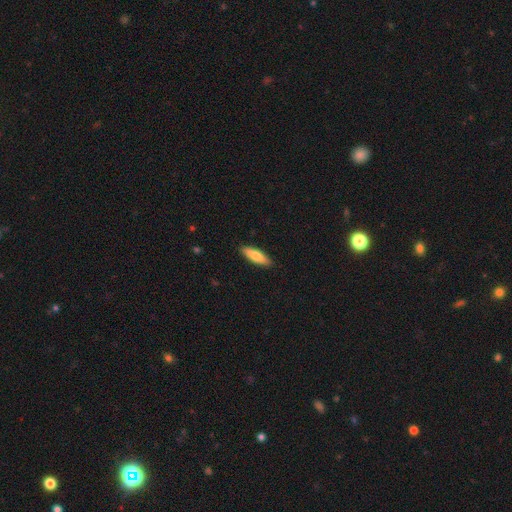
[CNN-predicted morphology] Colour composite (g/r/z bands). It shows a smooth galaxy with no disk features (78%) that is cigar-shaped (54%). Merging: none (89%).